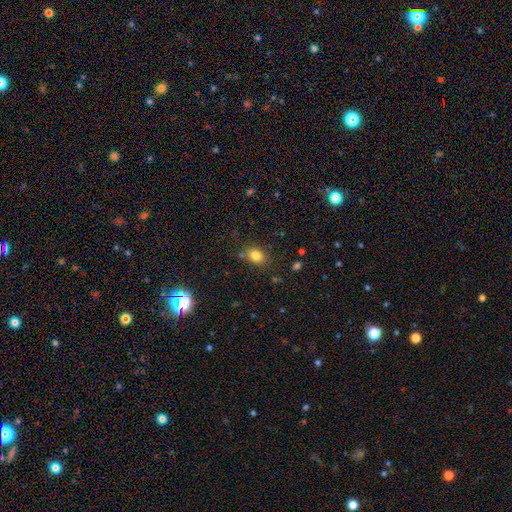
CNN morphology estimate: A smooth galaxy with no disk features (82%) that is in between round and cigar-shaped (63%).

Vote fractions:
- Smooth or featured? smooth: 82% / star or artifact: 12% / featured or disk: 7%
- How rounded? in between: 63% / round: 36% / cigar-shaped: 1%
- Merging? none: 79% / minor disturbance: 13% / merger: 5% / major disturbance: 4%